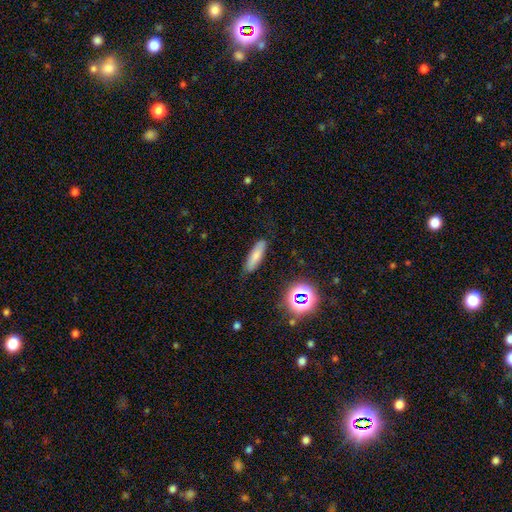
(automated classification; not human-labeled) Overall: smooth (73%). How rounded: cigar-shaped (64%; in between 33%). Merging: none (84%).